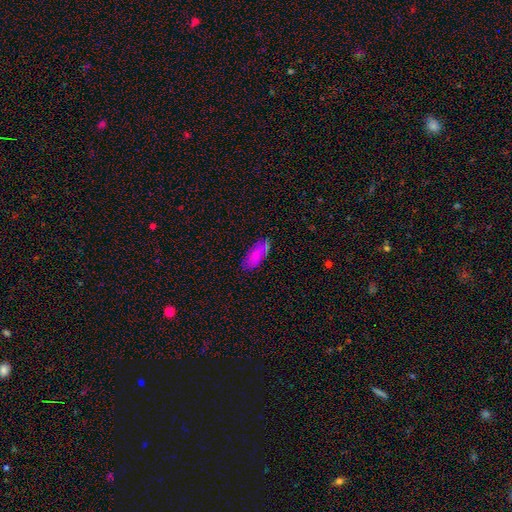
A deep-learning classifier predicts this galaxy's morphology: Smooth or featured? Predicted: smooth (p=0.70). How rounded? Predicted: in between (p=0.82). Merging? Predicted: none (p=0.76).